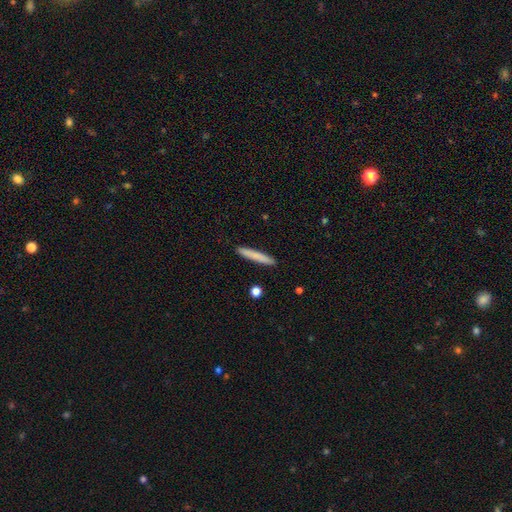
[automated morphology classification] This appears to be a smooth galaxy with no disk features (78%) that is cigar-shaped (95%). Merging: none (91%).